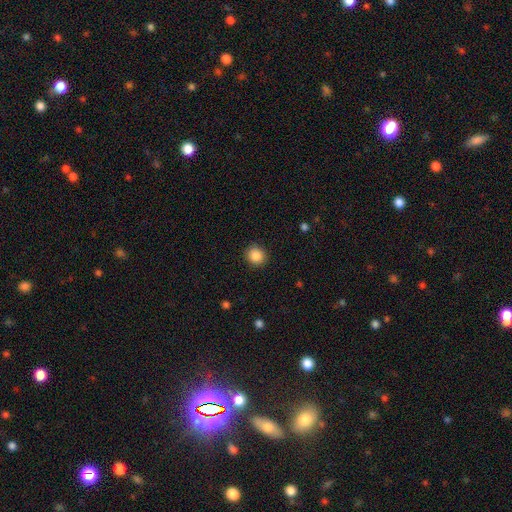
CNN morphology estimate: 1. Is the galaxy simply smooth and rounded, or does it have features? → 87% smooth, 10% star or artifact, 3% featured or disk.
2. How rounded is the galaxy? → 88% round, 11% in between, 1% cigar-shaped.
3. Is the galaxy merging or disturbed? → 89% none, 8% minor disturbance, 2% major disturbance, 1% merger.